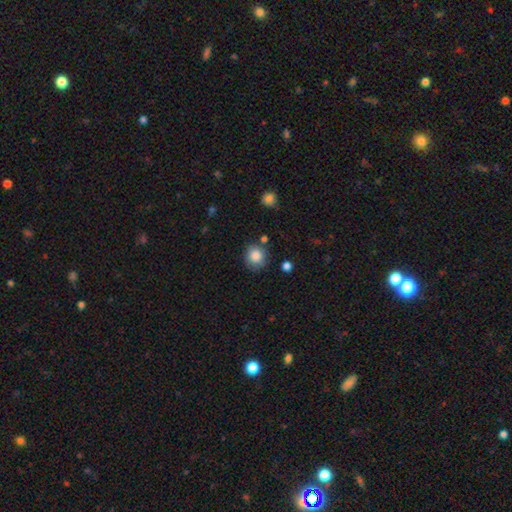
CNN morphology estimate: Smooth or featured? smooth (86%)
How rounded? round (86%)
Merging? none (79%)